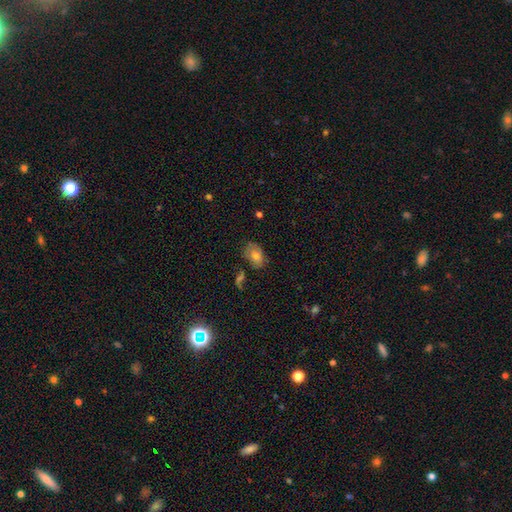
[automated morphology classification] Smooth or featured? smooth (61%)
How rounded? in between (79%)
Merging? none (65%)